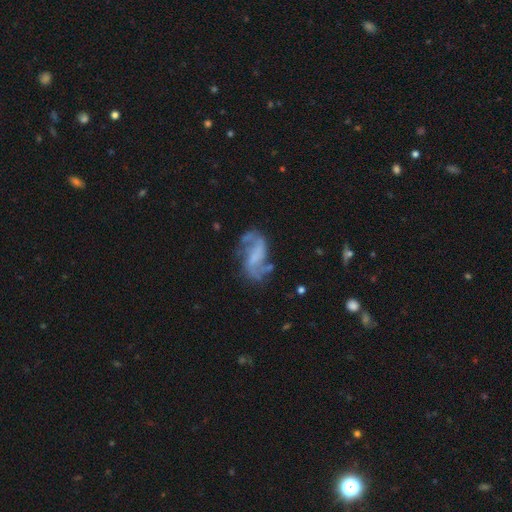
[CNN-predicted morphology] Smooth or featured? featured or disk (82%)
Edge-on disk? no (97%)
Bar? weak (42%)
Spiral arms? yes (92%)
Spiral winding? loose (54%)
Spiral arm count? 2 (85%)
Bulge size? none (58%)
Merging? none (60%)